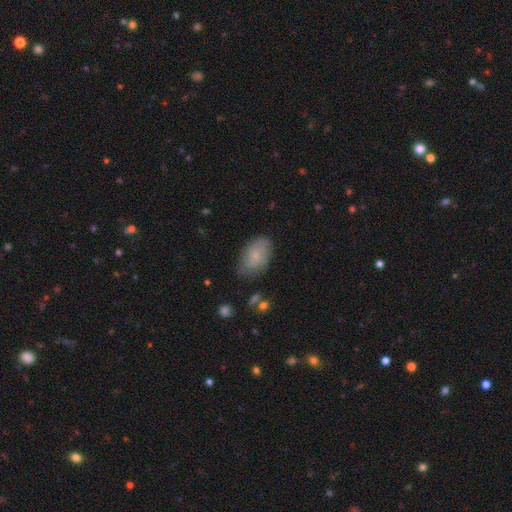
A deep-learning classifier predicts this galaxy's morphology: Smooth or featured? Predicted: smooth (p=0.66). How rounded? Predicted: in between (p=0.91). Merging? Predicted: none (p=0.69).